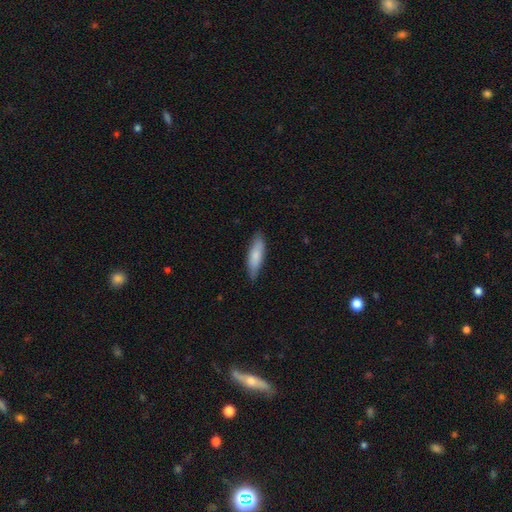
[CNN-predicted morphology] type=smooth (80%); roundness=cigar-shaped (53%); merging=none (80%).